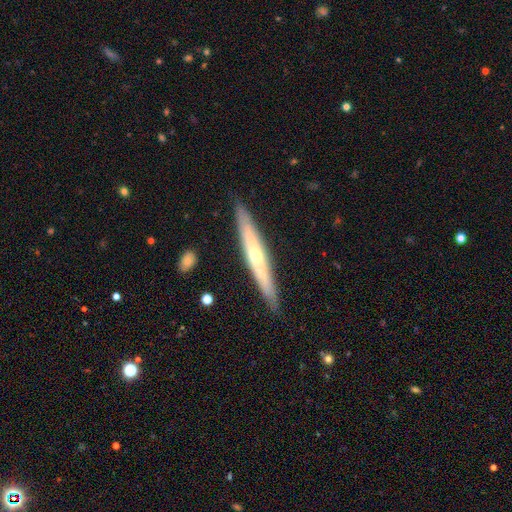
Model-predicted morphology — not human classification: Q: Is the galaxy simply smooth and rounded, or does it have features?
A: featured or disk — 60%.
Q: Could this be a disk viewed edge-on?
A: yes — 93%.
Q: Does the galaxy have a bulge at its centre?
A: rounded — 70%.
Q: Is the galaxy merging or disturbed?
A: none — 89%.